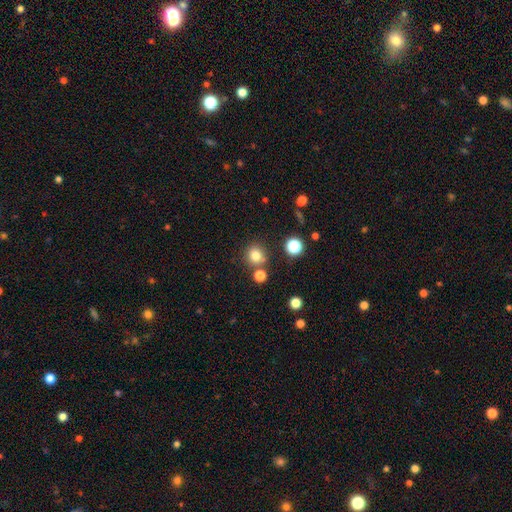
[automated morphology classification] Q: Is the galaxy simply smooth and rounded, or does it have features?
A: smooth — 79%.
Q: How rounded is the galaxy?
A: round — 88%.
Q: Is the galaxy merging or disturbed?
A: none — 77%.